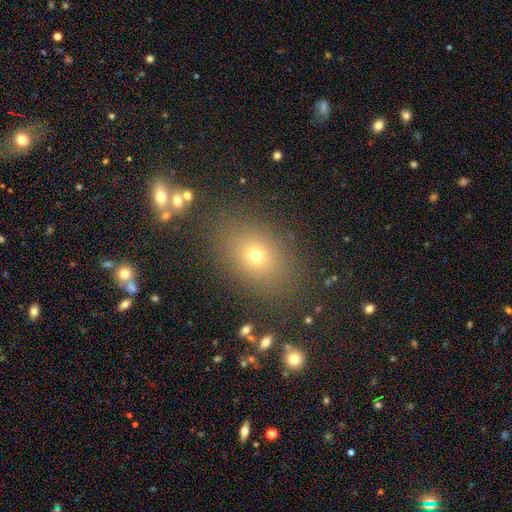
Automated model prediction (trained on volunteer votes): Smooth or featured? smooth (66%)
How rounded? in between (63%)
Merging? none (83%)